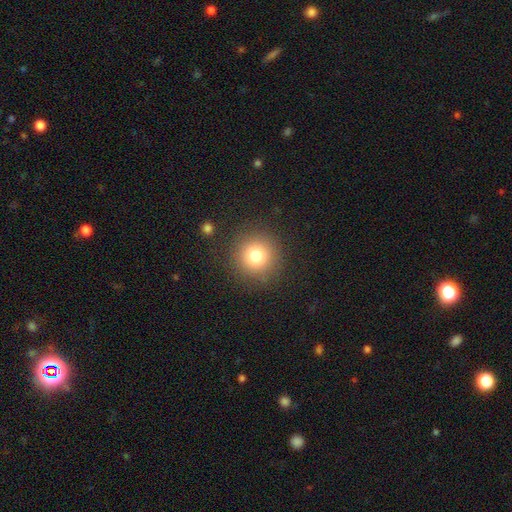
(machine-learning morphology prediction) smooth 78%, star or artifact 13%, featured or disk 9%. Down the decision tree: how rounded — round (94%); merging — none (88%).